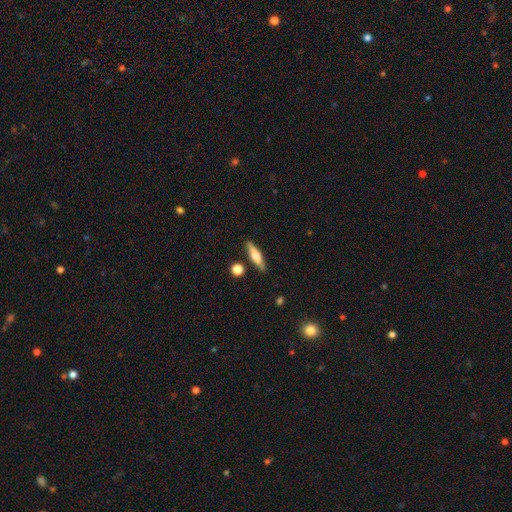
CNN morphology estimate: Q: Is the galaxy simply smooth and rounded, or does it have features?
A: featured or disk — 47%.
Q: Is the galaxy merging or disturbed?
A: none — 85%.